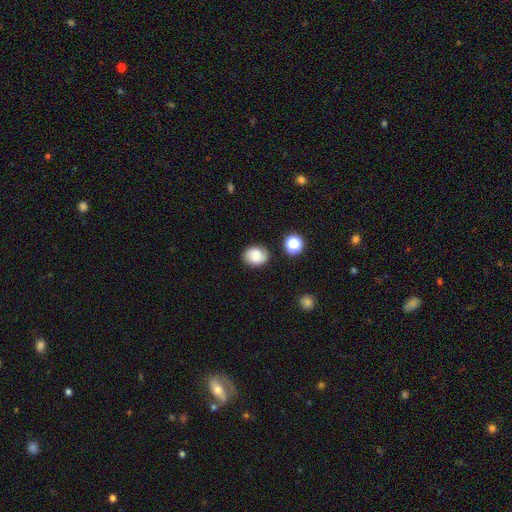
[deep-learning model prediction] Smooth or featured?
  - smooth: 73% *
  - featured or disk: 16%
  - star or artifact: 11%
How rounded?
  - round: 56% *
  - in between: 43%
  - cigar-shaped: 1%
Merging?
  - none: 81% *
  - minor disturbance: 13%
  - major disturbance: 3%
  - merger: 3%